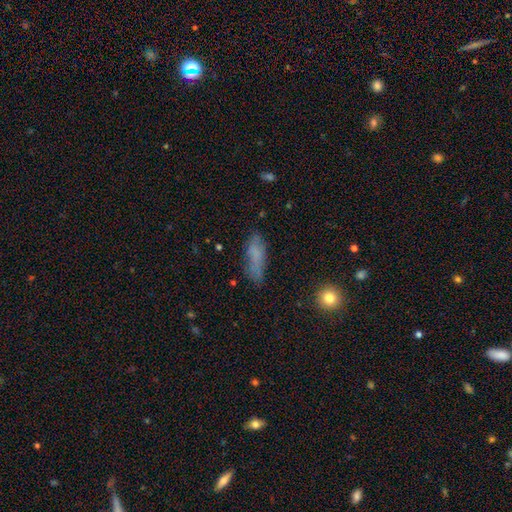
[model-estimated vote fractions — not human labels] A smooth galaxy with no disk features (66%) that is cigar-shaped (52%). Merging: none (66%).